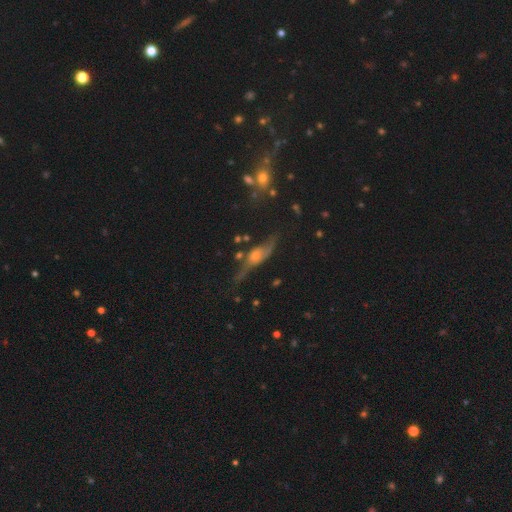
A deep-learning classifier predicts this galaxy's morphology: This appears to be a featured or disk galaxy (64%) viewed edge-on (57%). Merging: none (50%).